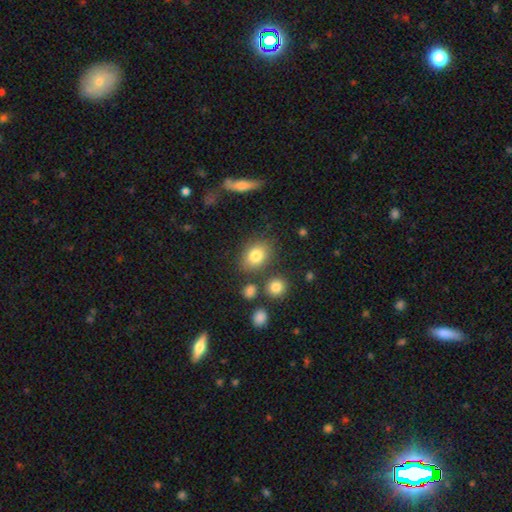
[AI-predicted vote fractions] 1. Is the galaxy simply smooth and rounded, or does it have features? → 80% smooth, 10% star or artifact, 10% featured or disk.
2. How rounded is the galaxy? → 60% in between, 38% round, 2% cigar-shaped.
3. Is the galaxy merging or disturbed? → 77% none, 12% minor disturbance, 7% merger, 4% major disturbance.